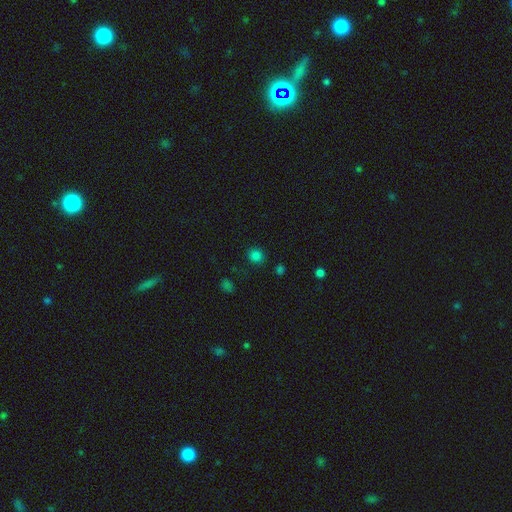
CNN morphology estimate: Overall: smooth (80%). How rounded: round (80%). Merging: none (85%).